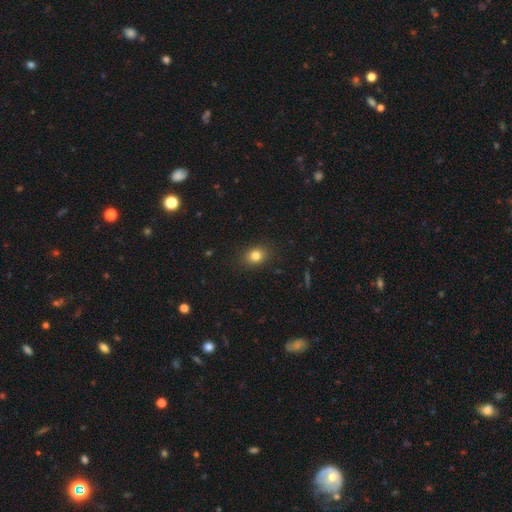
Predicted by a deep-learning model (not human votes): Smooth or featured: smooth — 82% (star or artifact — 11%)
How rounded: in between — 53% (round — 46%)
Merging: none — 87% (minor disturbance — 9%)